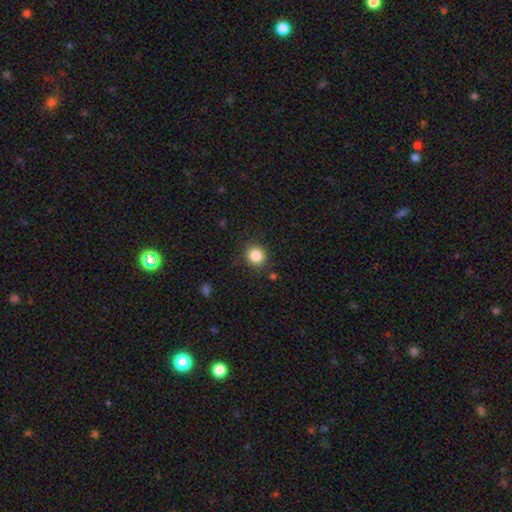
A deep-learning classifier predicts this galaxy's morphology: Smooth or featured? Predicted: smooth (p=0.85). How rounded? Predicted: round (p=0.86). Merging? Predicted: none (p=0.85).